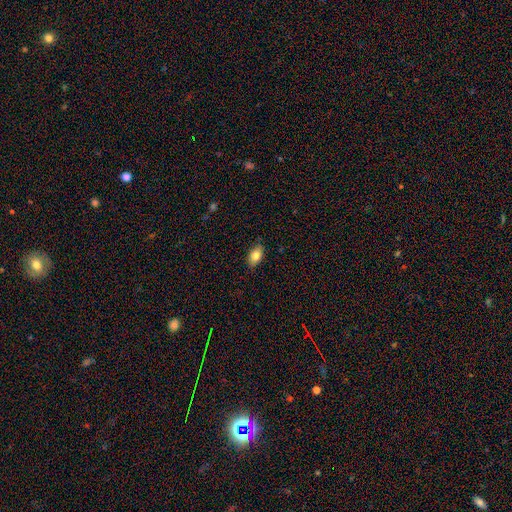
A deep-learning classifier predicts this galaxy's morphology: Smooth or featured?
  - smooth: 81% *
  - featured or disk: 12%
  - star or artifact: 8%
How rounded?
  - in between: 88% *
  - round: 7%
  - cigar-shaped: 4%
Merging?
  - none: 85% *
  - minor disturbance: 12%
  - major disturbance: 2%
  - merger: 1%